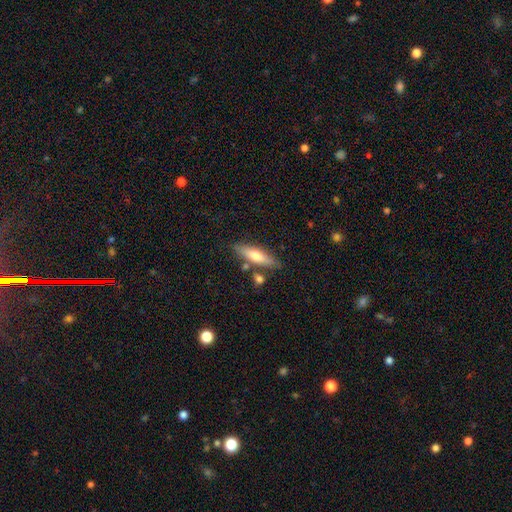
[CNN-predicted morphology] Smooth or featured?
  - smooth: 62% *
  - featured or disk: 32%
  - star or artifact: 6%
How rounded?
  - cigar-shaped: 65% *
  - in between: 33%
  - round: 2%
Merging?
  - none: 75% *
  - minor disturbance: 13%
  - merger: 9%
  - major disturbance: 3%